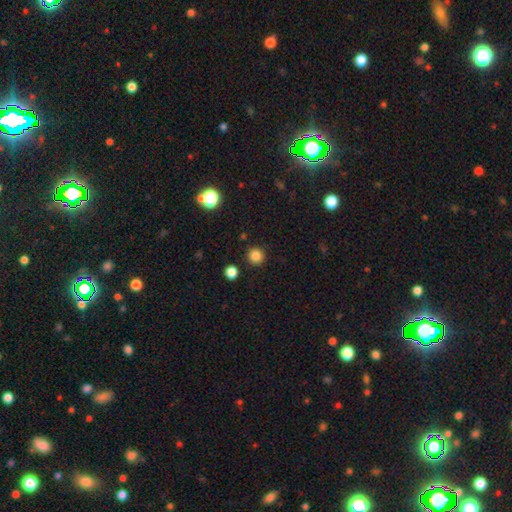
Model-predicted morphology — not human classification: Smooth or featured? Predicted: smooth (p=0.84). How rounded? Predicted: round (p=0.93). Merging? Predicted: none (p=0.90).